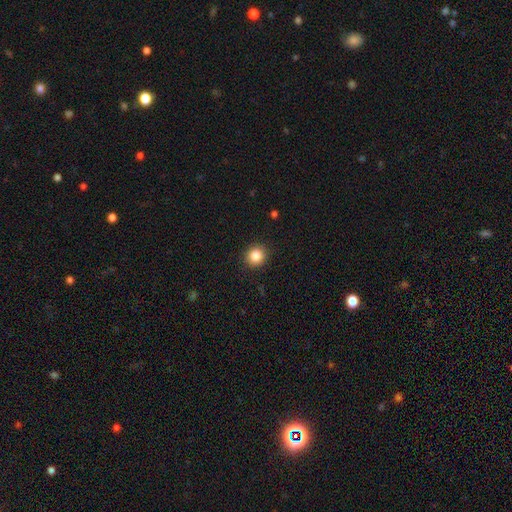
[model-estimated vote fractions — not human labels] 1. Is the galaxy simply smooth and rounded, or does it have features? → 85% smooth, 10% star or artifact, 5% featured or disk.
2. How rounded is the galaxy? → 88% round, 11% in between, 1% cigar-shaped.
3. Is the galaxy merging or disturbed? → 91% none, 6% minor disturbance, 2% major disturbance, 1% merger.